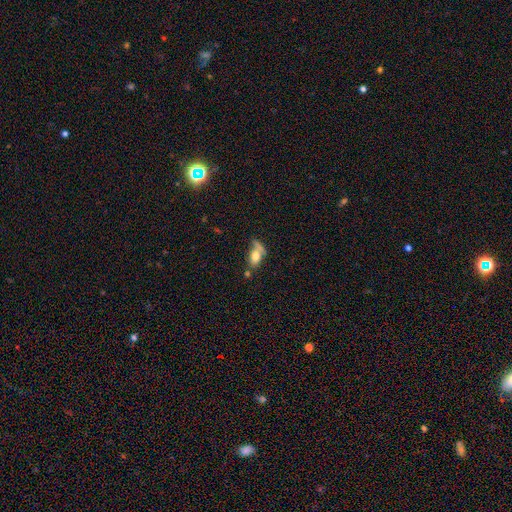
Morphology: type=smooth (71%); roundness=in between (78%); merging=merger (47%).